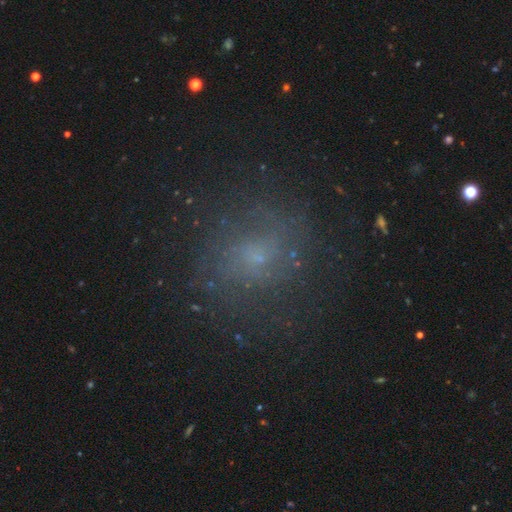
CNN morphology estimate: Smooth or featured?
  - featured or disk: 38% *
  - smooth: 36%
  - star or artifact: 26%
Merging?
  - none: 76% *
  - minor disturbance: 14%
  - major disturbance: 9%
  - merger: 1%